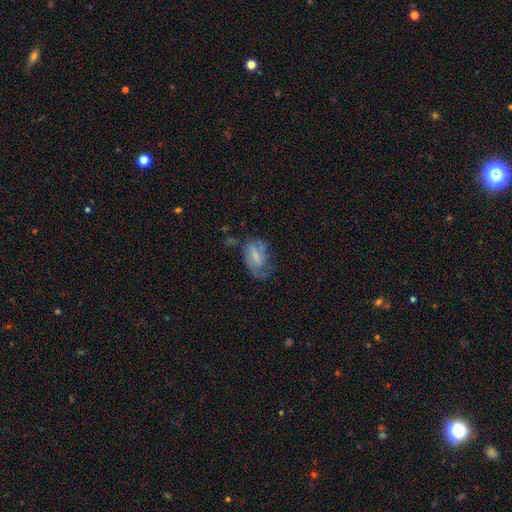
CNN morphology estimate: smooth_or_featured: smooth (p=0.48) [alt: featured or disk p=0.43]
merging: none (p=0.40) [alt: minor disturbance p=0.31]